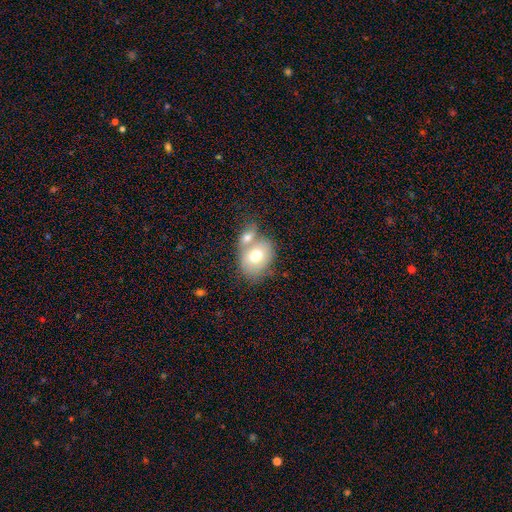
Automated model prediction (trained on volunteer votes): This is likely a smooth galaxy (68%). How rounded: likely in between (67%). Merging: possibly merger (52%).